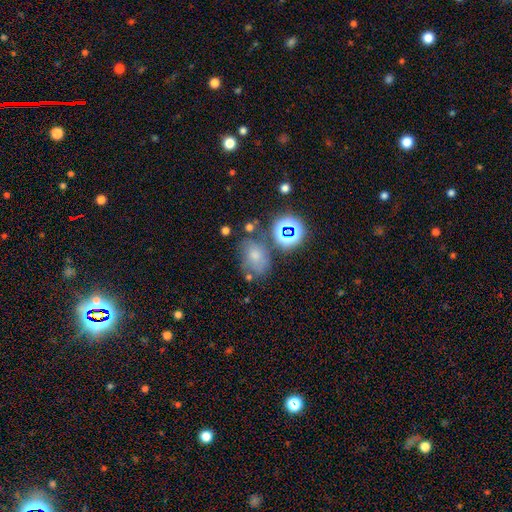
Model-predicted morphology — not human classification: The model was most divided on "merging": none: 56%, minor disturbance: 21%, merger: 13%, major disturbance: 10%. More confident: how rounded — in between (68%); smooth or featured — smooth (63%).